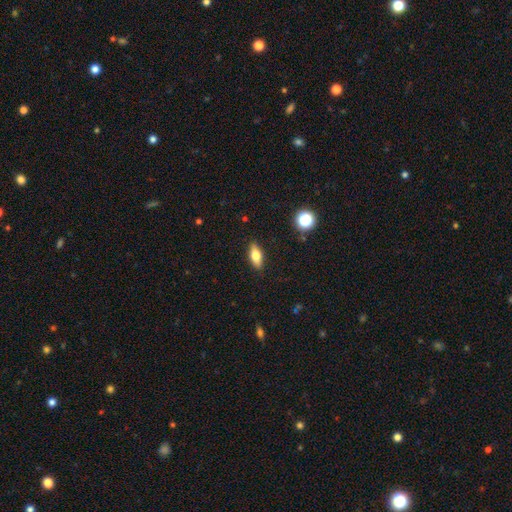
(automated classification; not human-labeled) Overall: smooth (67%). How rounded: in between (72%). Merging: none (89%).